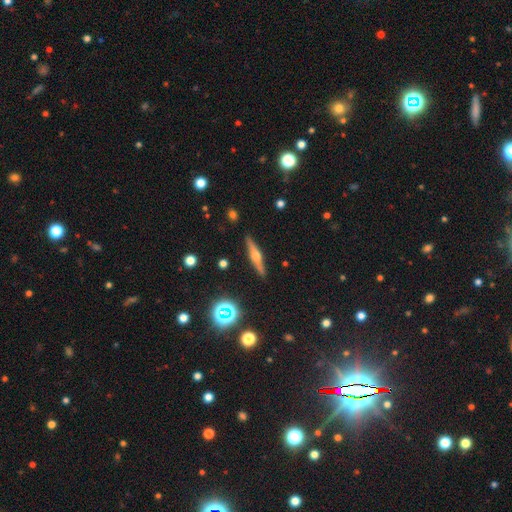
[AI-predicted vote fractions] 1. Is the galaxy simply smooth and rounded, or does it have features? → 68% featured or disk, 24% smooth, 8% star or artifact.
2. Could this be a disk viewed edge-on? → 97% yes, 3% no.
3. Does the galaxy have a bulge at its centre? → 93% rounded, 4% boxy, 3% none.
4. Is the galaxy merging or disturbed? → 90% none, 7% minor disturbance, 2% major disturbance, 1% merger.